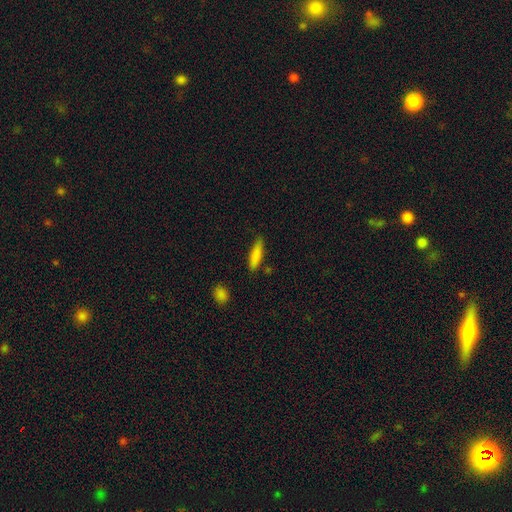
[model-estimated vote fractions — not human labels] This is clearly a smooth galaxy (83%). How rounded: likely cigar-shaped (71%). Merging: clearly none (80%).